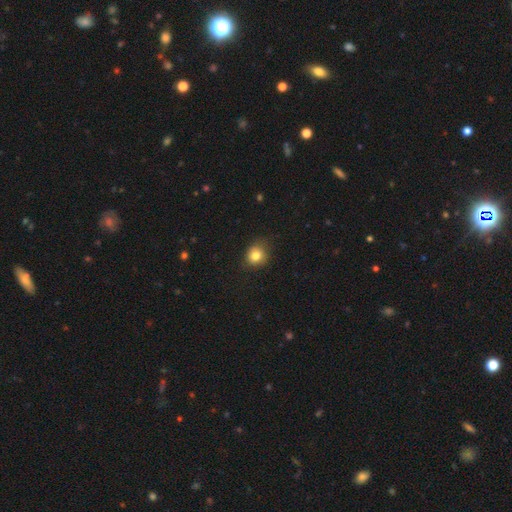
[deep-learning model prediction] smooth-or-featured: smooth: 81% | star or artifact: 11% | featured or disk: 7%
  how-rounded: round: 78% | in between: 21% | cigar-shaped: 1%
  merging: none: 79% | minor disturbance: 17% | major disturbance: 4% | merger: 1%